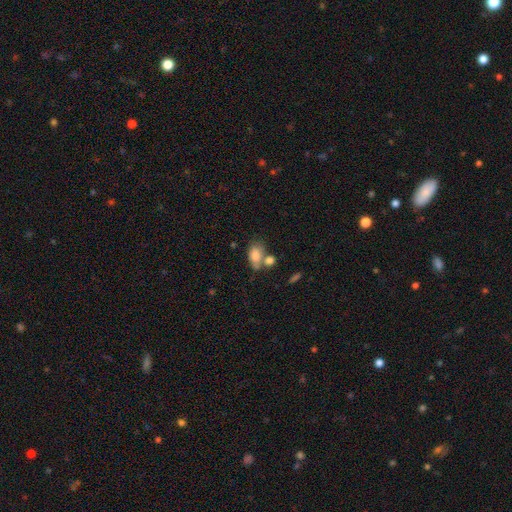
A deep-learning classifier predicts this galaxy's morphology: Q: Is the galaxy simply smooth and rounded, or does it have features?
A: smooth — 80%.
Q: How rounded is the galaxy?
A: in between — 86%.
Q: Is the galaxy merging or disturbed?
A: none — 38%.